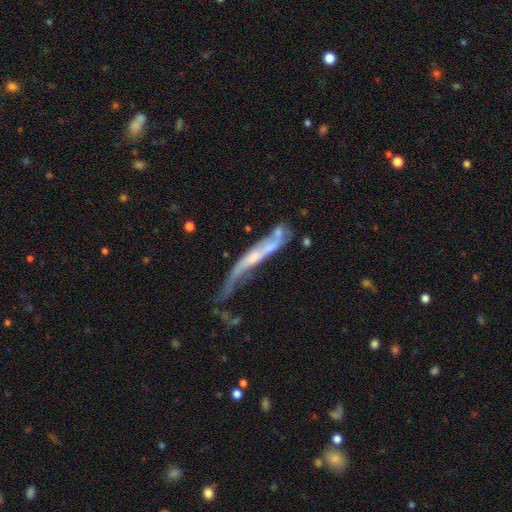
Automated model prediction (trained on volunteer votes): Smooth or featured? Predicted: featured or disk (p=0.62). Edge-on disk? Predicted: yes (p=0.58). Merging? Predicted: major disturbance (p=0.31).